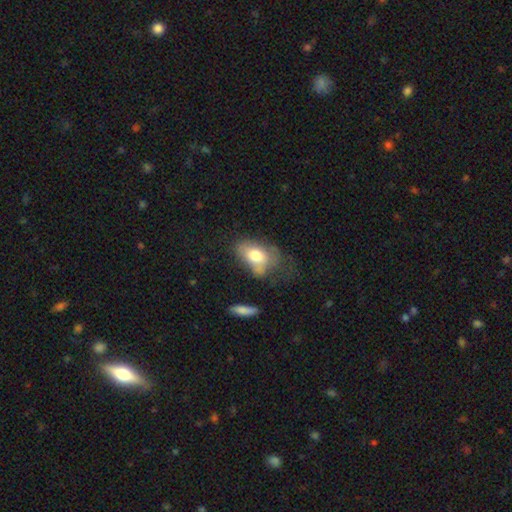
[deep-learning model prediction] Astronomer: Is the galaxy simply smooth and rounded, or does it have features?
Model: smooth — 68%.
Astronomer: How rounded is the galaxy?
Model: in between — 87%.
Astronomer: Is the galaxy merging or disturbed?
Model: major disturbance — 32%, tied with none at 32%.